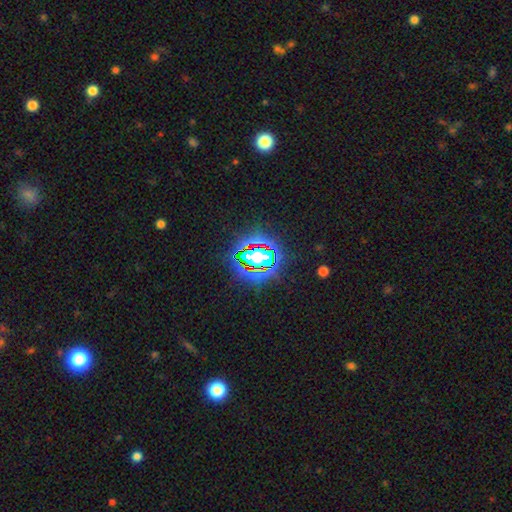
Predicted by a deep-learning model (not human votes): This appears to be a star or artifact, not a galaxy (71%).